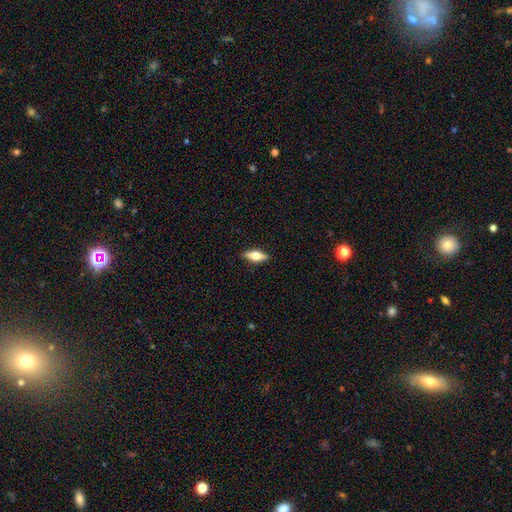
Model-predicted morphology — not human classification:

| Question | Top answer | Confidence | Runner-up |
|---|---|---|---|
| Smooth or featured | smooth | 55% | featured or disk (38%) |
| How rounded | in between | 66% | cigar-shaped (30%) |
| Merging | none | 88% | minor disturbance (9%) |